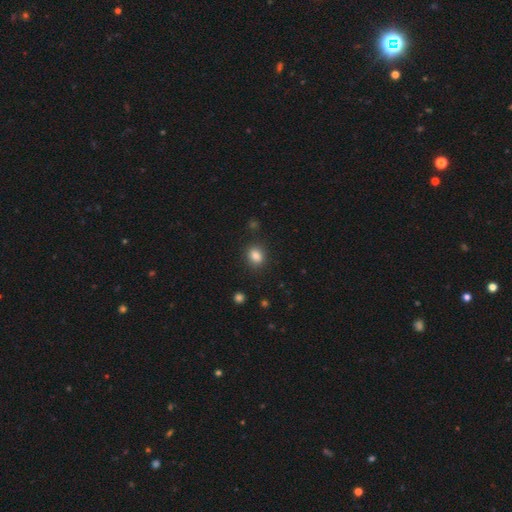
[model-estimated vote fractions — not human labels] This is clearly a smooth galaxy (84%). How rounded: possibly round (50%). Merging: clearly none (86%).